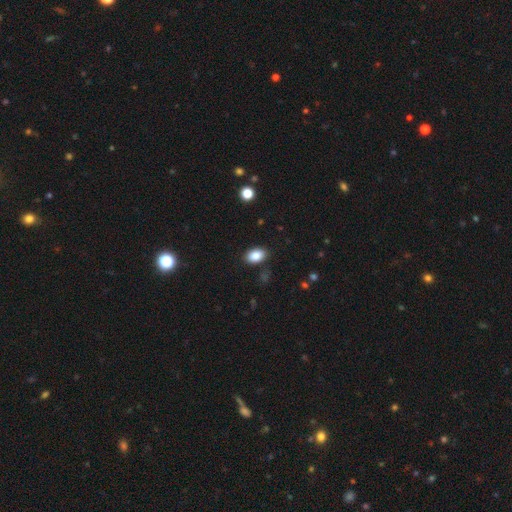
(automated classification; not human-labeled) smooth-or-featured: smooth: 87% | star or artifact: 8% | featured or disk: 5%
  how-rounded: in between: 89% | round: 10% | cigar-shaped: 1%
  merging: none: 85% | minor disturbance: 10% | major disturbance: 3% | merger: 2%